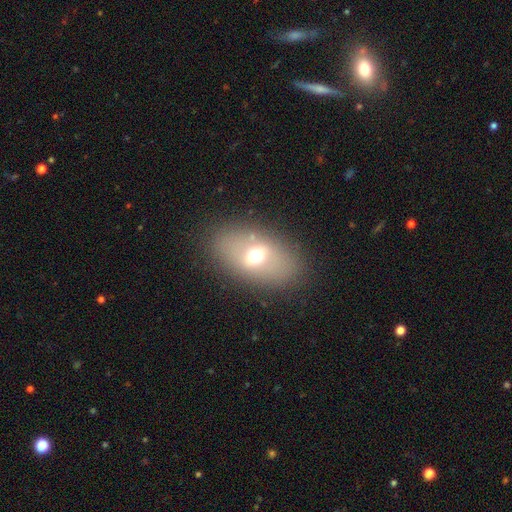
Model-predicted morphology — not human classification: The model was most divided on "smooth or featured": smooth: 54%, featured or disk: 35%, star or artifact: 12%. More confident: how rounded — in between (83%); merging — none (82%).